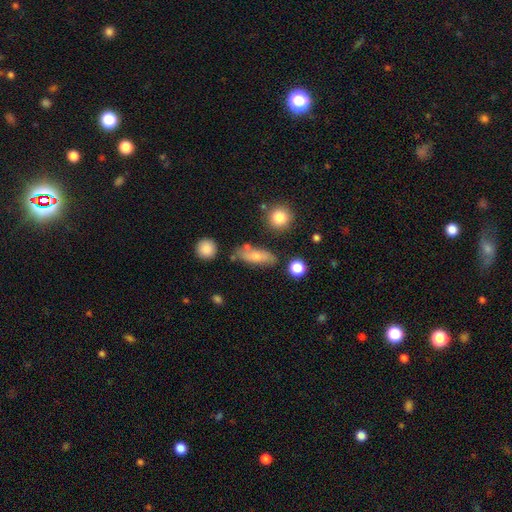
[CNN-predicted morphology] Q: Smooth or featured?
A: smooth (69%); runner-up: featured or disk (23%)
Q: How rounded?
A: in between (64%); runner-up: cigar-shaped (29%)
Q: Merging?
A: none (71%); runner-up: minor disturbance (17%)